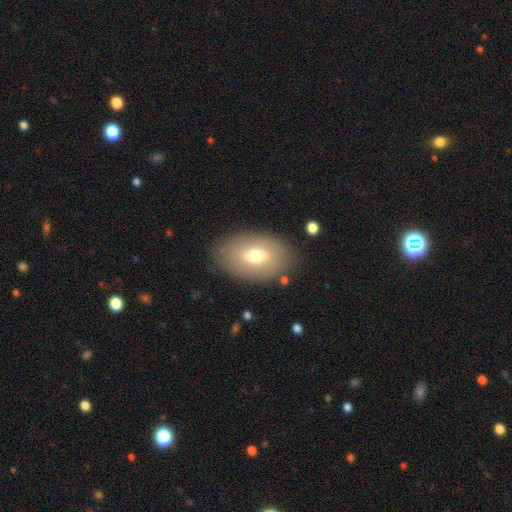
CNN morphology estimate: A smooth galaxy with no disk features (63%) that is in between round and cigar-shaped (91%).

Vote fractions:
- Smooth or featured? smooth: 63% / featured or disk: 30% / star or artifact: 7%
- How rounded? in between: 91% / round: 7% / cigar-shaped: 1%
- Merging? none: 84% / minor disturbance: 11% / major disturbance: 4% / merger: 2%